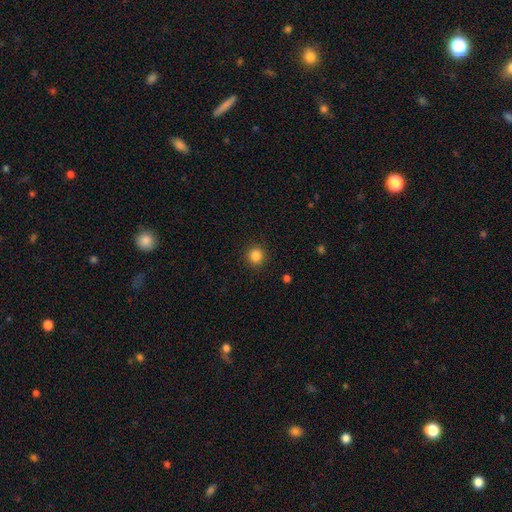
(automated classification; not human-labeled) smooth 85%, star or artifact 11%, featured or disk 3%. Down the decision tree: how rounded — round (92%); merging — none (91%).